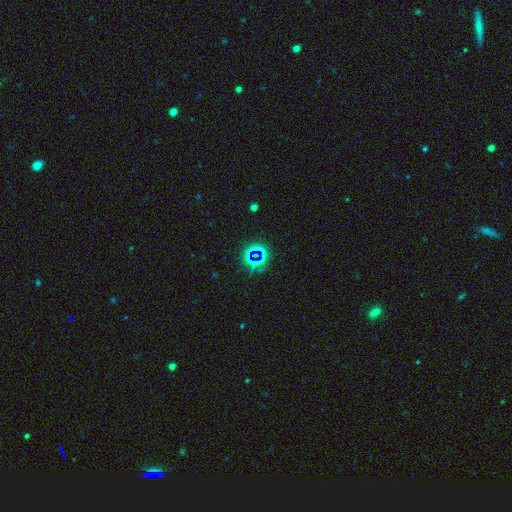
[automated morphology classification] Smooth or featured?
  - star or artifact: 65% *
  - smooth: 23%
  - featured or disk: 11%